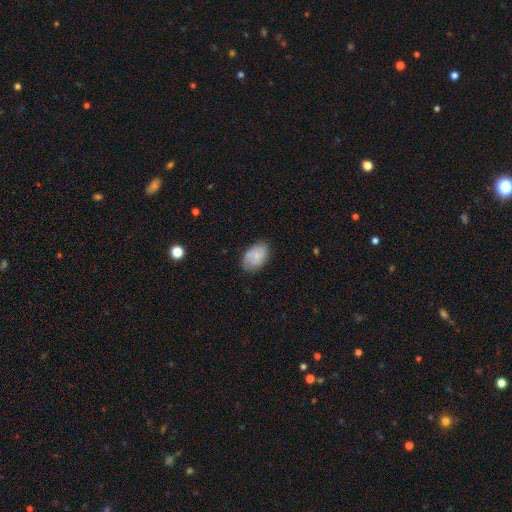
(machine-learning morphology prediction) A smooth galaxy with no disk features (62%) that is in between round and cigar-shaped (89%). Merging: none (79%).